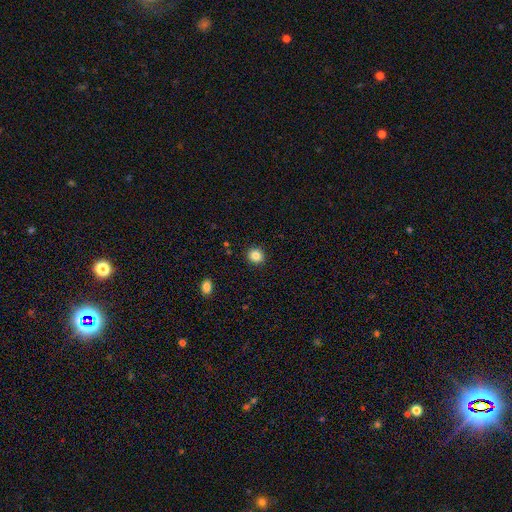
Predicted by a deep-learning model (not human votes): The model was most divided on "smooth or featured": smooth: 85%, star or artifact: 10%, featured or disk: 4%. More confident: merging — none (92%); how rounded — round (89%).